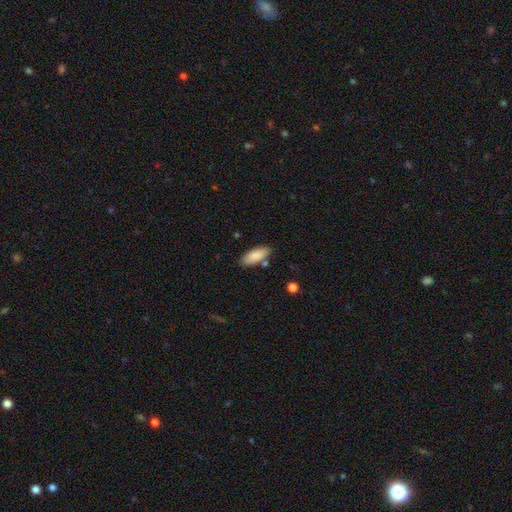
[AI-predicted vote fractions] Morphology: type=smooth (86%); roundness=in between (79%); merging=none (80%).